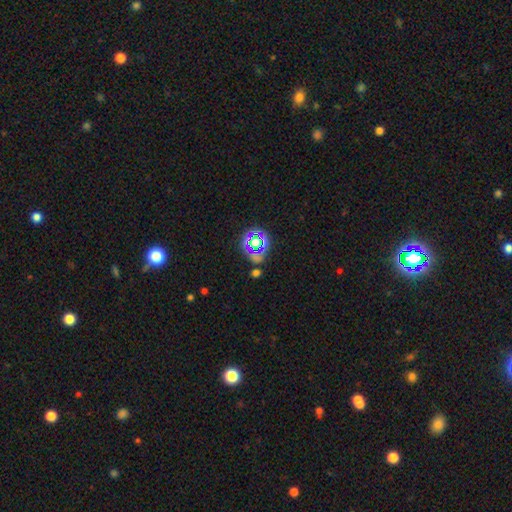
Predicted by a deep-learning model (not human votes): star or artifact 65%, smooth 21%, featured or disk 13%.